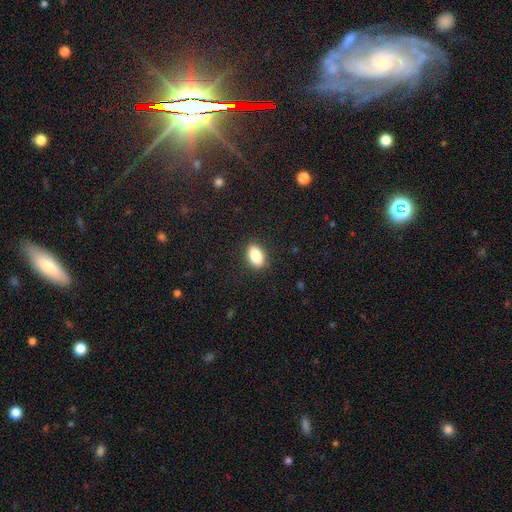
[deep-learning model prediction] This appears to be a smooth galaxy with no disk features (86%) that is in between round and cigar-shaped (89%). Merging: none (87%).